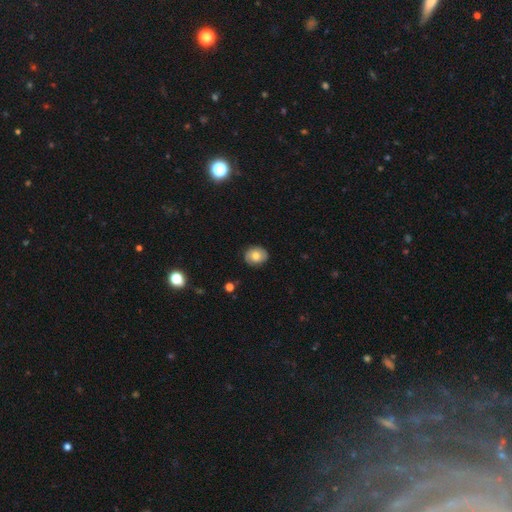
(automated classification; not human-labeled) Smooth or featured? smooth (65%)
How rounded? round (59%)
Merging? none (83%)